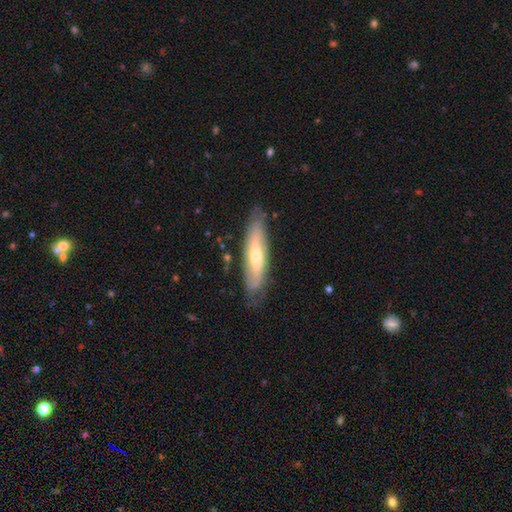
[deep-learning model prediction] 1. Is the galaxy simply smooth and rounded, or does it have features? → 55% featured or disk, 39% smooth, 6% star or artifact.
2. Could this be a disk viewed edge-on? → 51% no, 49% yes.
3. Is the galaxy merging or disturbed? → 78% none, 17% minor disturbance, 4% major disturbance, 2% merger.